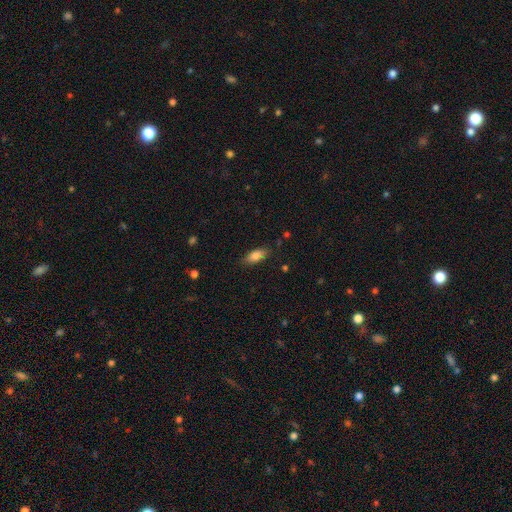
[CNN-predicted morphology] Overall: smooth (83%). How rounded: in between (81%). Merging: none (83%).